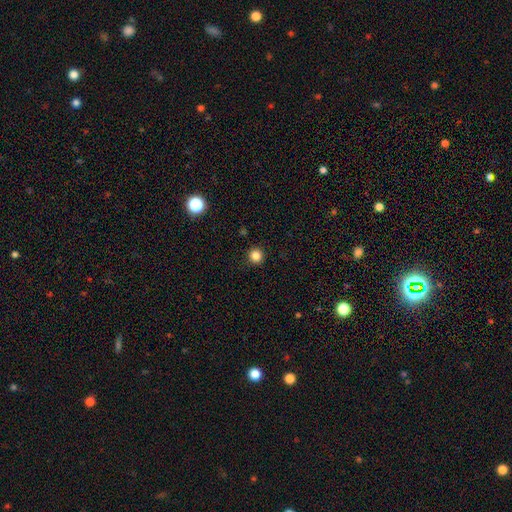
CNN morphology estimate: A smooth galaxy with no disk features (84%) that is round (95%). Merging: none (92%).